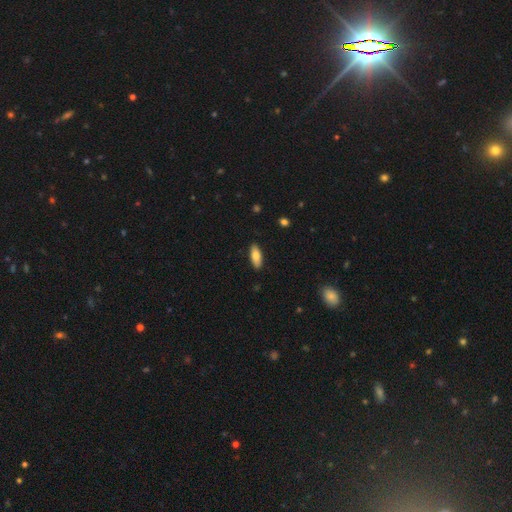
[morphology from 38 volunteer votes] smooth-or-featured: smooth: 82% | featured or disk: 13% | star or artifact: 5%
  how-rounded: in between: 65% | cigar-shaped: 32% | round: 3%
  merging: none: 89% | minor disturbance: 6% | major disturbance: 3% | merger: 3%